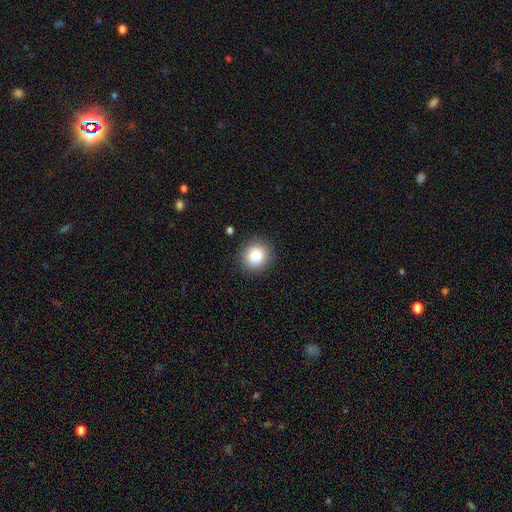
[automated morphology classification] Smooth or featured?
  - smooth: 83% *
  - star or artifact: 10%
  - featured or disk: 7%
How rounded?
  - round: 87% *
  - in between: 12%
  - cigar-shaped: 1%
Merging?
  - none: 90% *
  - minor disturbance: 6%
  - major disturbance: 2%
  - merger: 1%